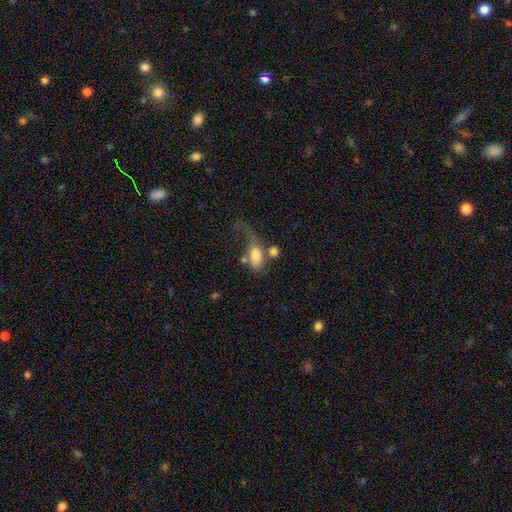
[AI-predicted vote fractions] smooth_or_featured: smooth (p=0.70) [alt: featured or disk p=0.21]
how_rounded: in between (p=0.84) [alt: round p=0.12]
merging: major disturbance (p=0.39) [alt: merger p=0.29]